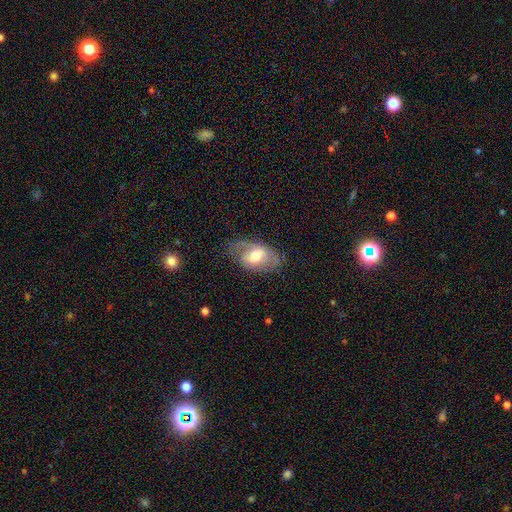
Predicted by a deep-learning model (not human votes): Q: Smooth or featured?
A: featured or disk (54%); runner-up: smooth (39%)
Q: Edge-on disk?
A: no (92%); runner-up: yes (8%)
Q: Merging?
A: none (59%); runner-up: minor disturbance (27%)